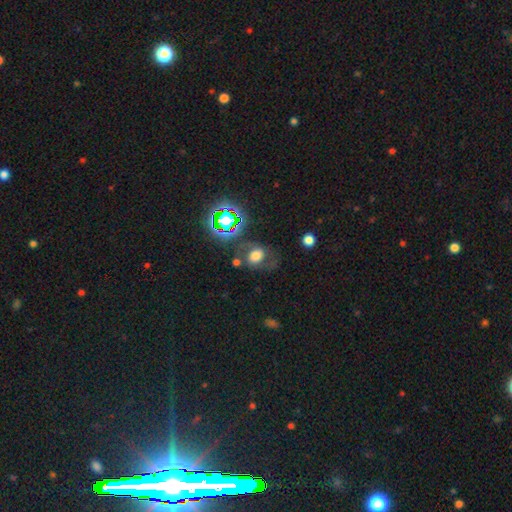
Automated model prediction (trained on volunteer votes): Q: Smooth or featured?
A: smooth (52%); runner-up: featured or disk (28%)
Q: How rounded?
A: in between (54%); runner-up: round (45%)
Q: Merging?
A: none (57%); runner-up: minor disturbance (20%)